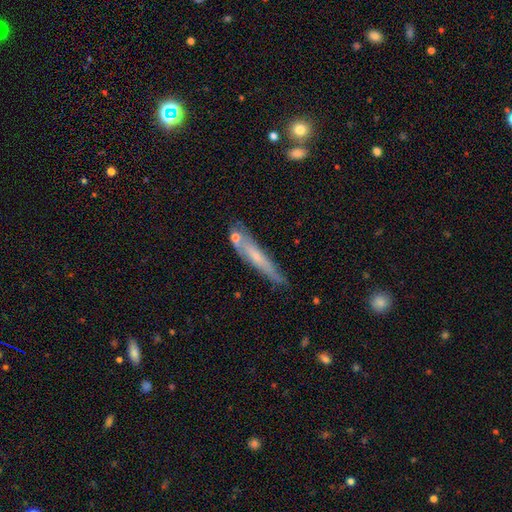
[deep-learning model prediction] The model was most divided on "smooth or featured": smooth: 47%, featured or disk: 46%, star or artifact: 8%. More confident: merging — none (66%).